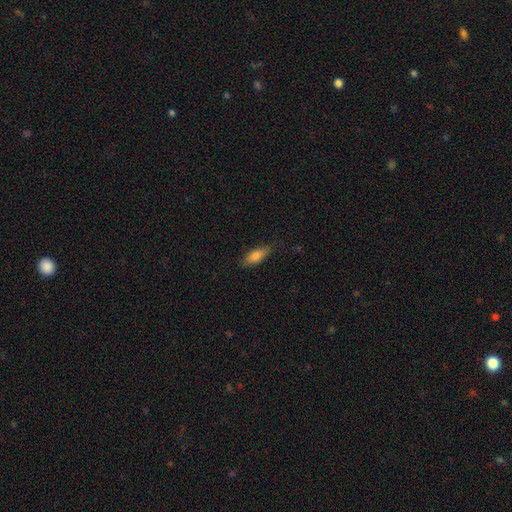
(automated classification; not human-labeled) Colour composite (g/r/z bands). It shows a smooth galaxy with no disk features (79%) that is in between round and cigar-shaped (72%). Merging: none (78%).